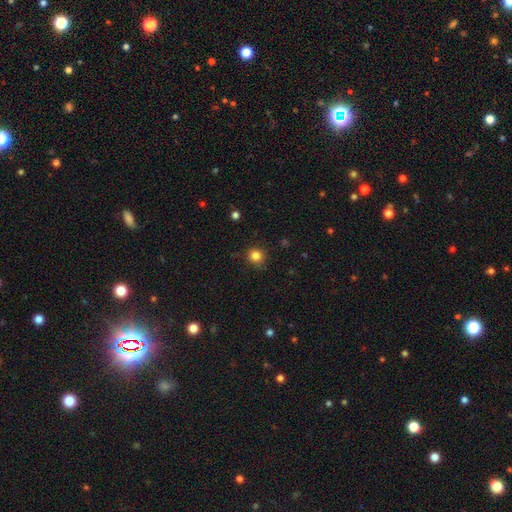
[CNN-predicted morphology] Smooth or featured?
  - smooth: 83% *
  - star or artifact: 12%
  - featured or disk: 4%
How rounded?
  - round: 88% *
  - in between: 11%
  - cigar-shaped: 1%
Merging?
  - none: 85% *
  - minor disturbance: 11%
  - major disturbance: 3%
  - merger: 1%